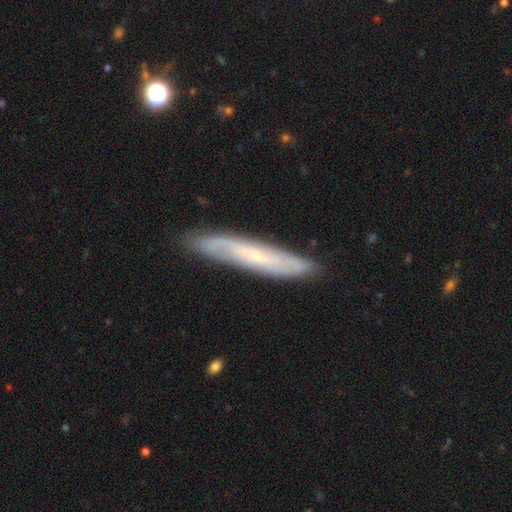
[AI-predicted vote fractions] Smooth or featured? Predicted: featured or disk (p=0.65). Edge-on disk? Predicted: yes (p=0.52). Merging? Predicted: none (p=0.81).